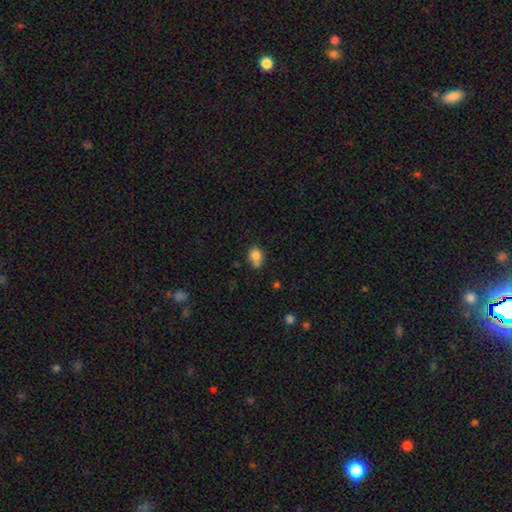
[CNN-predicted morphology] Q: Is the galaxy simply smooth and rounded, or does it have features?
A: smooth — 80%.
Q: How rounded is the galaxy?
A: round — 54%.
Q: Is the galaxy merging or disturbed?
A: none — 46%.